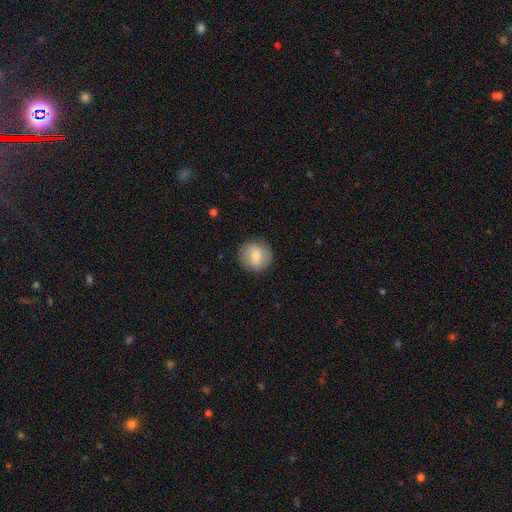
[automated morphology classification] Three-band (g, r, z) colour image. It shows a smooth galaxy with no disk features (72%) that is round (87%). Merging: none (87%).